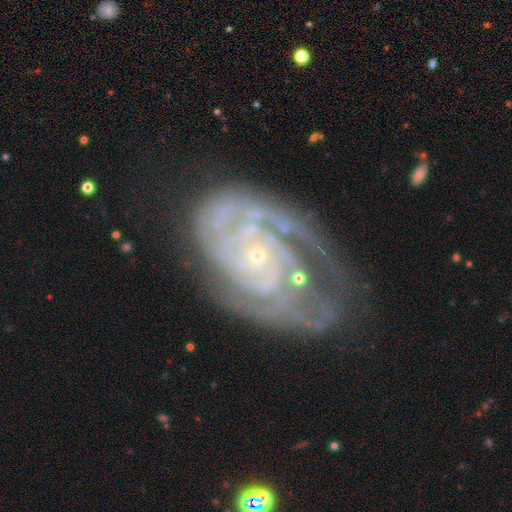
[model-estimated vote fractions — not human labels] smooth_or_featured: featured or disk (p=0.91) [alt: star or artifact p=0.06]
disk_edge_on: no (p=0.97) [alt: yes p=0.03]
bar: no (p=0.74) [alt: weak p=0.19]
has_spiral_arms: yes (p=0.98) [alt: no p=0.02]
spiral_winding: tight (p=0.72) [alt: medium p=0.24]
spiral_arm_count: 2 (p=0.32) [alt: 3 p=0.24]
bulge_size: small (p=0.83) [alt: moderate p=0.13]
merging: none (p=0.60) [alt: minor disturbance p=0.23]